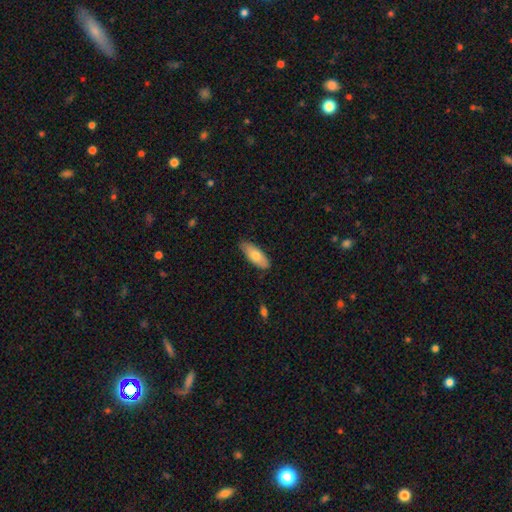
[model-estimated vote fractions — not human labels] smooth_or_featured: smooth (p=0.73) [alt: featured or disk p=0.20]
how_rounded: in between (p=0.77) [alt: cigar-shaped p=0.20]
merging: none (p=0.82) [alt: minor disturbance p=0.15]